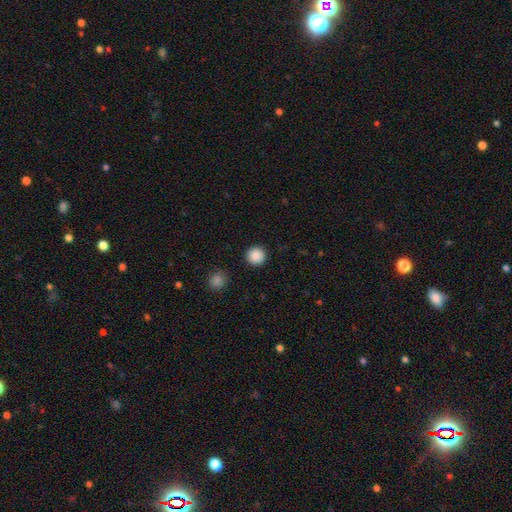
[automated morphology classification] smooth-or-featured: smooth: 88% | star or artifact: 9% | featured or disk: 3%
  how-rounded: round: 95% | in between: 4% | cigar-shaped: 1%
  merging: none: 92% | minor disturbance: 5% | major disturbance: 2% | merger: 1%